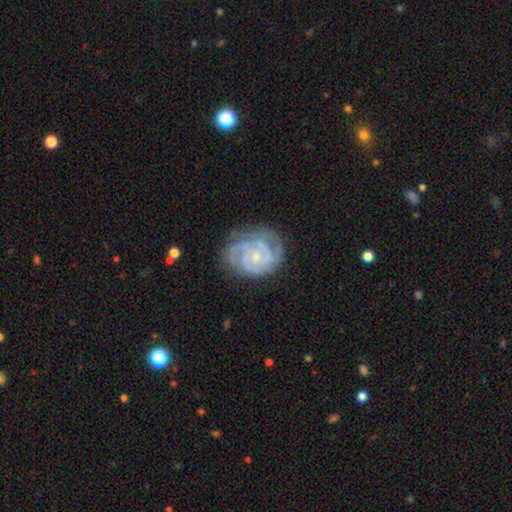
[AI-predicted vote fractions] Smooth or featured: featured or disk — 88% (smooth — 7%)
Edge-on disk: no — 98% (yes — 2%)
Bar: no — 70% (weak — 25%)
Spiral arms: yes — 97% (no — 3%)
Spiral winding: tight — 70% (medium — 26%)
Spiral arm count: 3 — 33% (2 — 30%)
Bulge size: small — 73% (moderate — 21%)
Merging: none — 70% (minor disturbance — 20%)